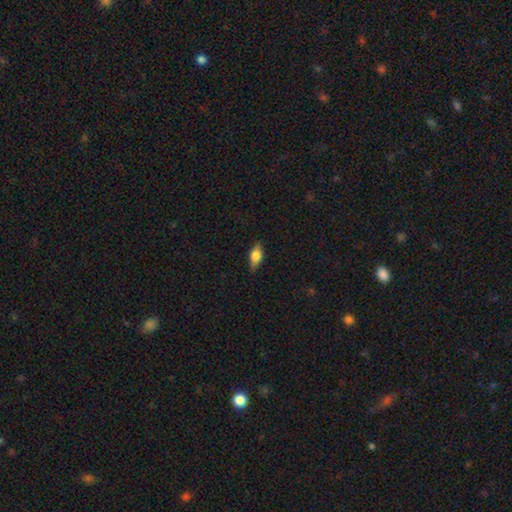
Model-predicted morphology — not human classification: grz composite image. It shows a smooth galaxy with no disk features (65%) that is in between round and cigar-shaped (80%). Merging: none (83%).